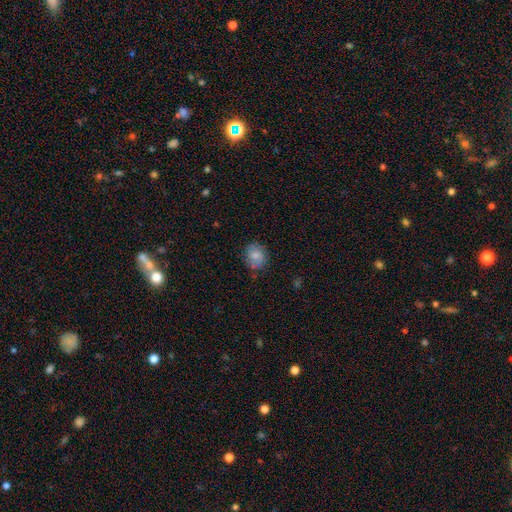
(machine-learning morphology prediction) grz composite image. It shows a smooth galaxy with no disk features (73%) that is round (62%). Merging: none (70%).